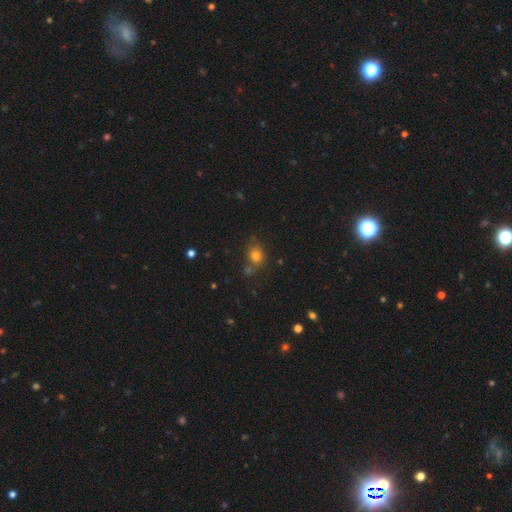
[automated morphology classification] A smooth galaxy with no disk features (76%) that is round (60%).

Vote fractions:
- Smooth or featured? smooth: 76% / star or artifact: 14% / featured or disk: 9%
- How rounded? round: 60% / in between: 39% / cigar-shaped: 1%
- Merging? none: 60% / merger: 17% / minor disturbance: 16% / major disturbance: 6%